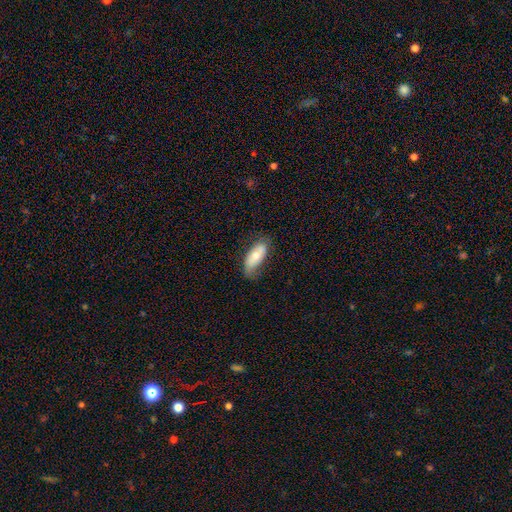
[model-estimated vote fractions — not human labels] This appears to be a smooth galaxy with no disk features (62%) that is in between round and cigar-shaped (84%). Merging: none (65%).